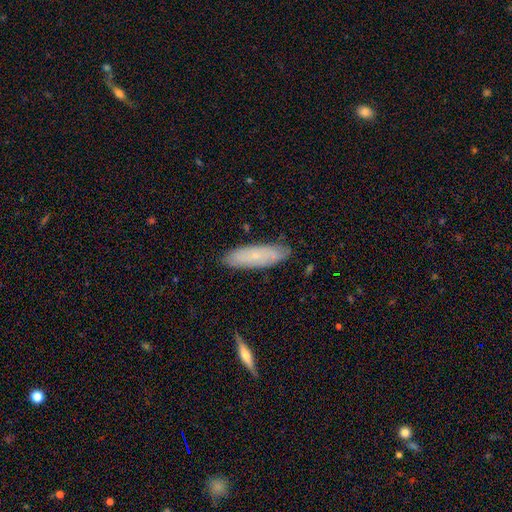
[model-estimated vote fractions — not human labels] A smooth galaxy with no disk features (56%) that is cigar-shaped (49%, tied with in between). Merging: none (81%).